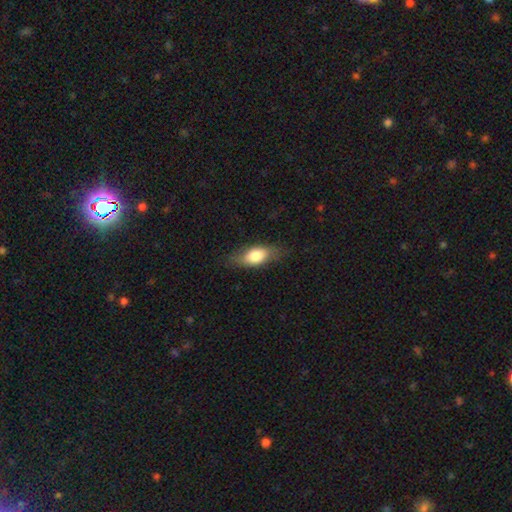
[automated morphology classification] This is likely a smooth galaxy (74%). How rounded: clearly in between (81%). Merging: likely none (74%).